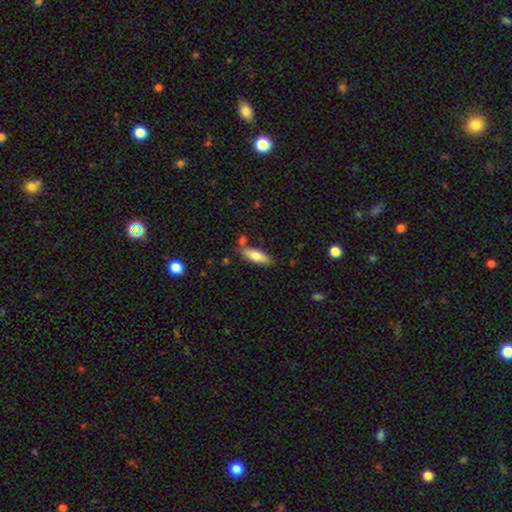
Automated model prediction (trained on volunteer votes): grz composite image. It shows a smooth galaxy with no disk features (74%) that is in between round and cigar-shaped (59%). Merging: none (72%).